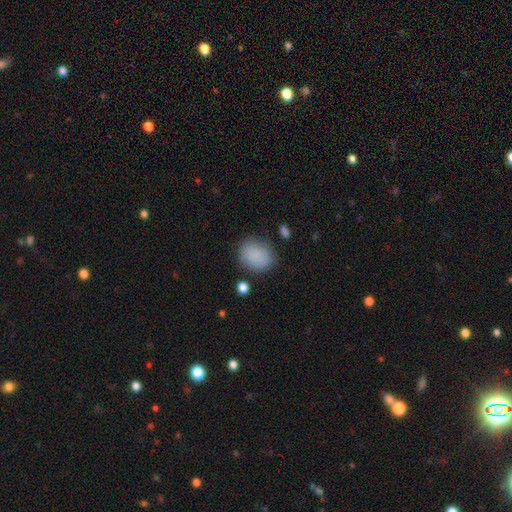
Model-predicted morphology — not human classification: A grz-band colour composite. It shows a smooth galaxy with no disk features (86%) that is round (56%). Merging: none (76%).